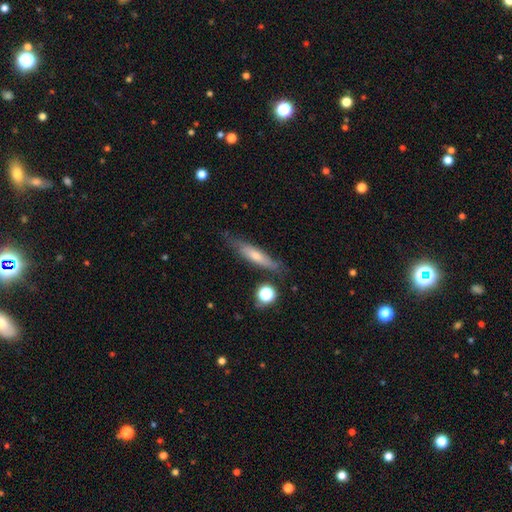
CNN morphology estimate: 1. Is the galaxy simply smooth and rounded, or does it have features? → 56% smooth, 36% featured or disk, 8% star or artifact.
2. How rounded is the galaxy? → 80% cigar-shaped, 18% in between, 2% round.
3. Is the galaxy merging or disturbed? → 73% none, 18% minor disturbance, 5% major disturbance, 4% merger.